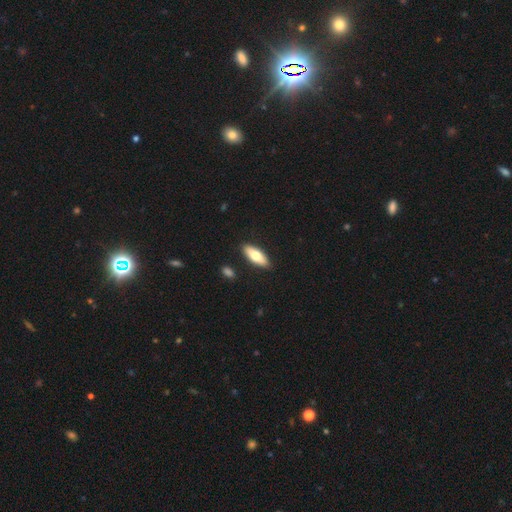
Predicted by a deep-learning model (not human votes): smooth-or-featured: smooth: 68% | featured or disk: 27% | star or artifact: 6%
  how-rounded: in between: 72% | cigar-shaped: 25% | round: 2%
  merging: none: 88% | minor disturbance: 8% | merger: 2% | major disturbance: 2%